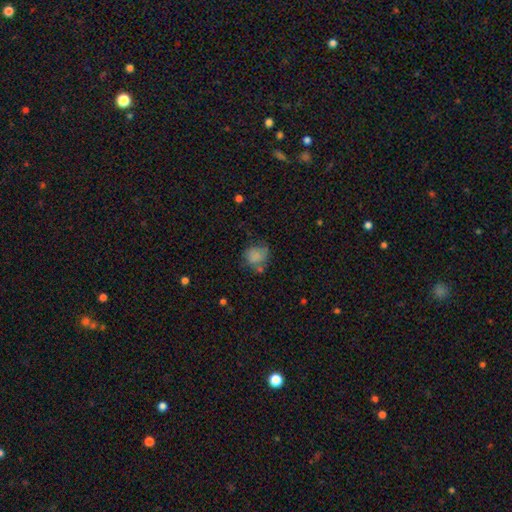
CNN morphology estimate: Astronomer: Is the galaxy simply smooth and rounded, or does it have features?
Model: smooth — 76%.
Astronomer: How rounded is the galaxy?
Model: round — 62% (runner-up: in between, 37%).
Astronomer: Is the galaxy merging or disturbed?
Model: none — 47% (runner-up: minor disturbance, 28%).